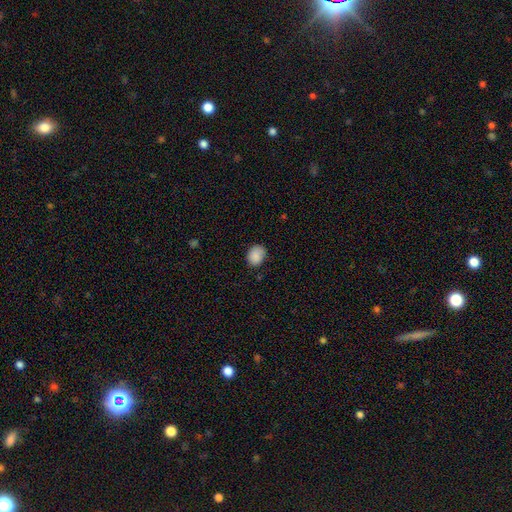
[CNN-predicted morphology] A smooth galaxy with no disk features (88%) that is in between round and cigar-shaped (57%). Merging: none (71%).